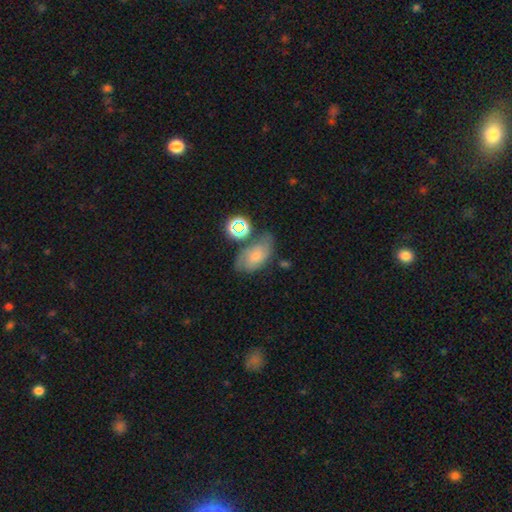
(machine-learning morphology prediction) This is possibly a smooth galaxy (46%). Merging: possibly none (55%).